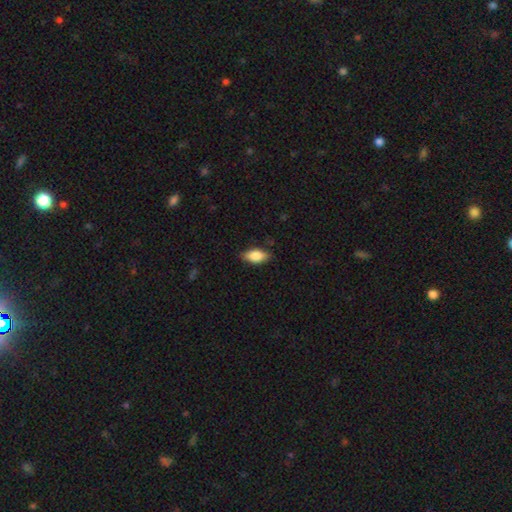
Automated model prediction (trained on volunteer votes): smooth_or_featured: smooth (p=0.83) [alt: featured or disk p=0.10]
how_rounded: in between (p=0.89) [alt: cigar-shaped p=0.07]
merging: none (p=0.83) [alt: minor disturbance p=0.14]